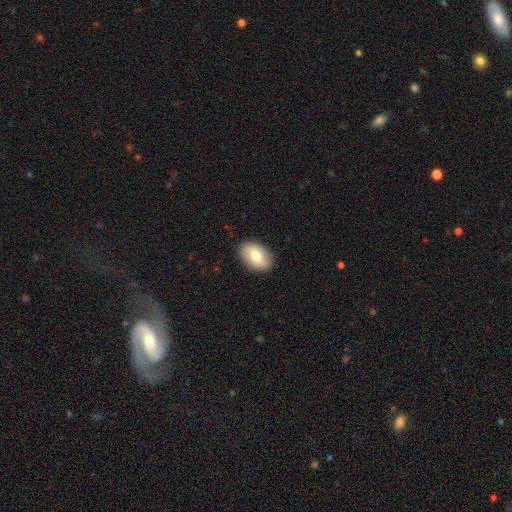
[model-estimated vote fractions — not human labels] smooth_or_featured: smooth (p=0.75) [alt: featured or disk p=0.19]
how_rounded: in between (p=0.88) [alt: round p=0.10]
merging: none (p=0.88) [alt: minor disturbance p=0.09]